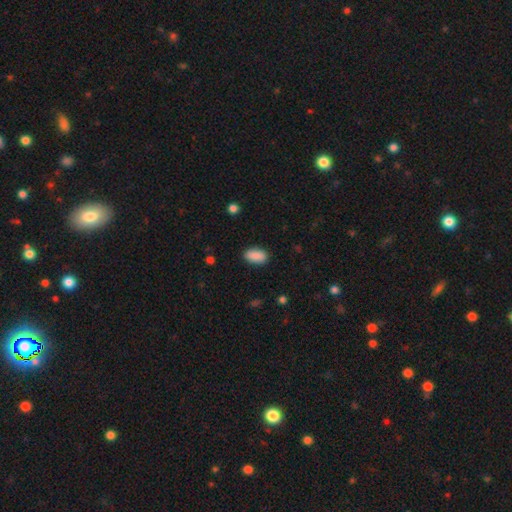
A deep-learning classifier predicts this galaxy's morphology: This is clearly a smooth galaxy (89%). How rounded: clearly in between (92%). Merging: clearly none (87%).